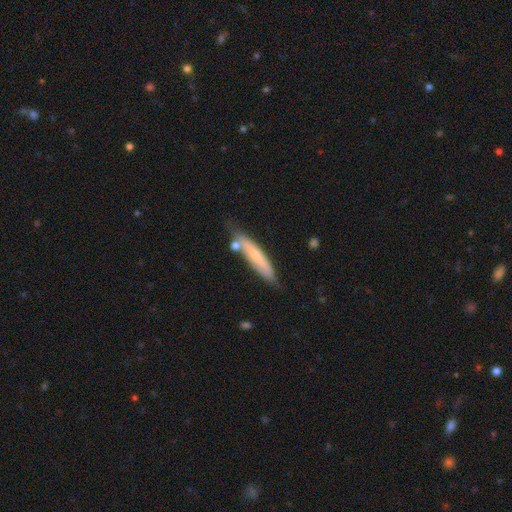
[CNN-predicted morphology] Smooth or featured: smooth — 60% (featured or disk — 34%)
How rounded: cigar-shaped — 87% (in between — 11%)
Merging: none — 69% (minor disturbance — 19%)